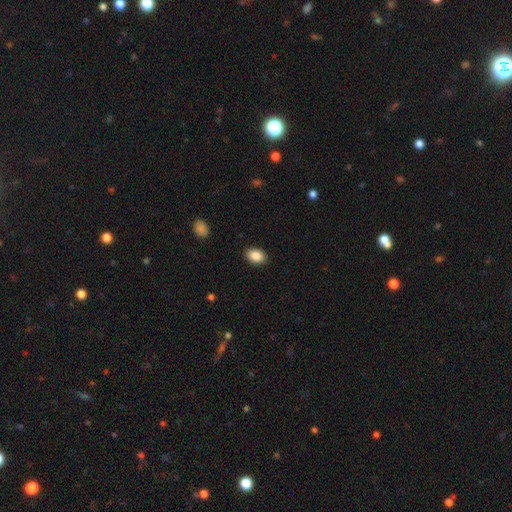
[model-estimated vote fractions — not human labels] Smooth or featured? Predicted: smooth (p=0.87). How rounded? Predicted: in between (p=0.83). Merging? Predicted: none (p=0.88).